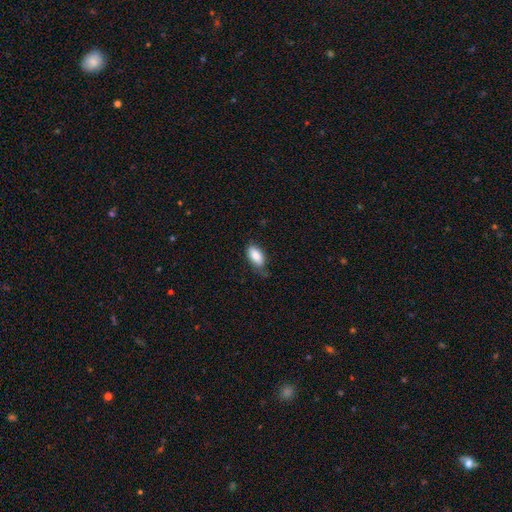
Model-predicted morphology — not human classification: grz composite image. It shows a smooth galaxy with no disk features (85%) that is in between round and cigar-shaped (91%). Merging: none (60%).